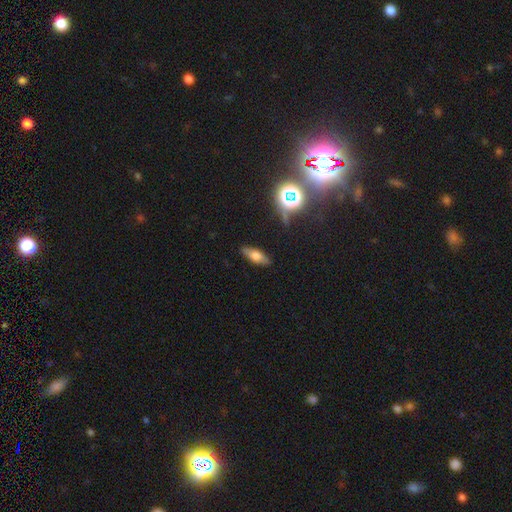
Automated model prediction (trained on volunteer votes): smooth 60%, featured or disk 27%, star or artifact 14%. Down the decision tree: how rounded — in between (69%); merging — none (84%).